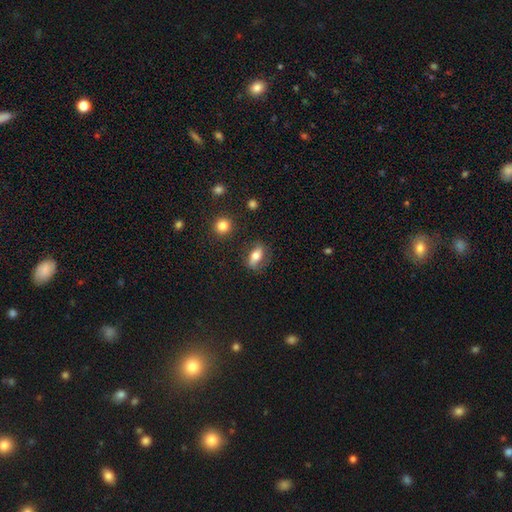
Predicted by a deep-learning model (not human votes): Overall: smooth (56%; featured or disk 35%). How rounded: in between (75%). Merging: none (73%).